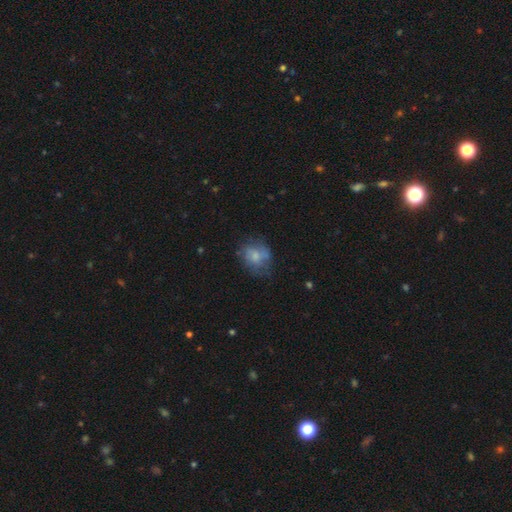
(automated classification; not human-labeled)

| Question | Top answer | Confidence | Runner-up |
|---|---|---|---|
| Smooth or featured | smooth | 54% | featured or disk (37%) |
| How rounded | round | 58% | in between (41%) |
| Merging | none | 54% | minor disturbance (27%) |